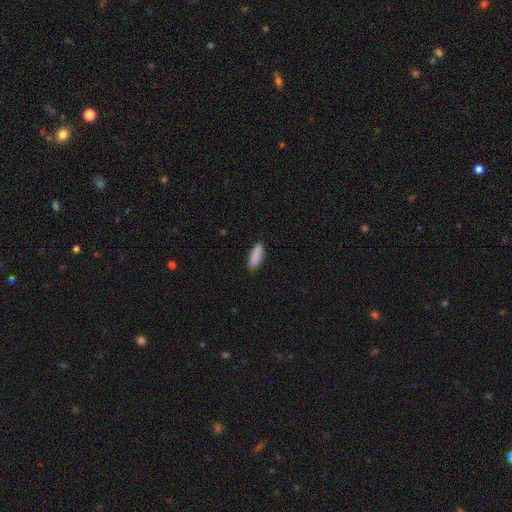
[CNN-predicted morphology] Smooth or featured: smooth — 90% (star or artifact — 6%)
How rounded: in between — 72% (cigar-shaped — 26%)
Merging: none — 88% (minor disturbance — 9%)